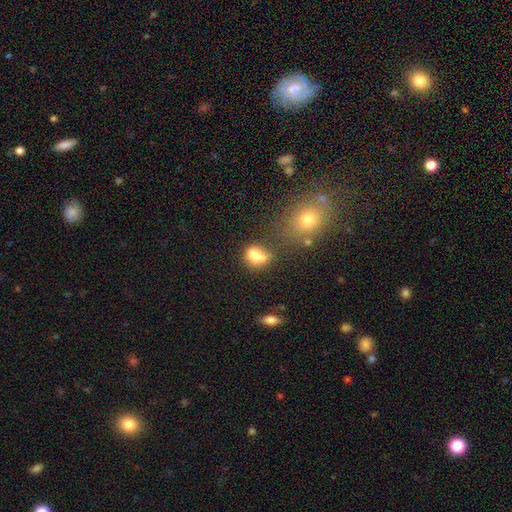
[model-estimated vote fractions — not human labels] smooth 76%, featured or disk 13%, star or artifact 12%. Down the decision tree: how rounded — in between (68%); merging — none (39%).